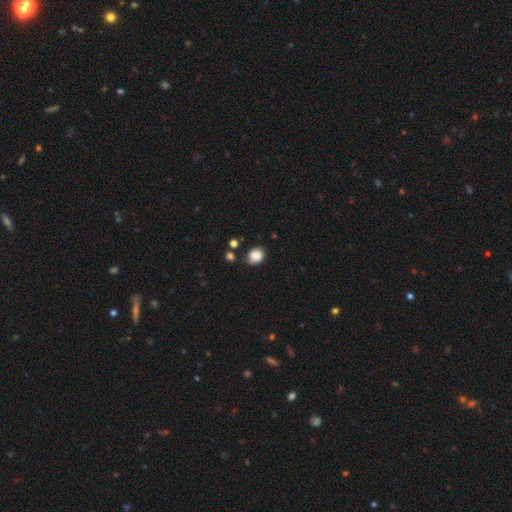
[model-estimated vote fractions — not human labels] A smooth galaxy with no disk features (85%) that is round (57%). Merging: none (67%).